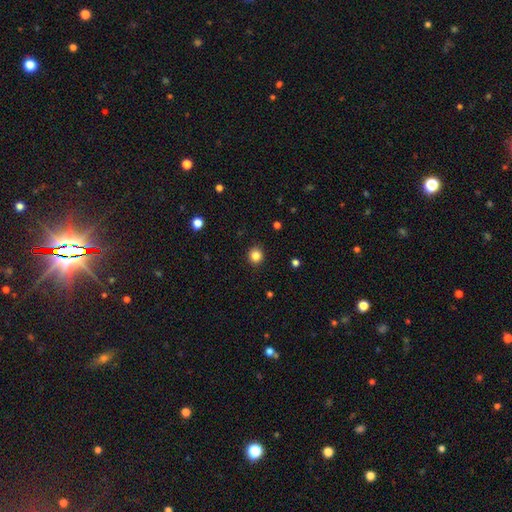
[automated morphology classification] smooth 84%, star or artifact 12%, featured or disk 5%. Down the decision tree: how rounded — round (89%); merging — none (92%).